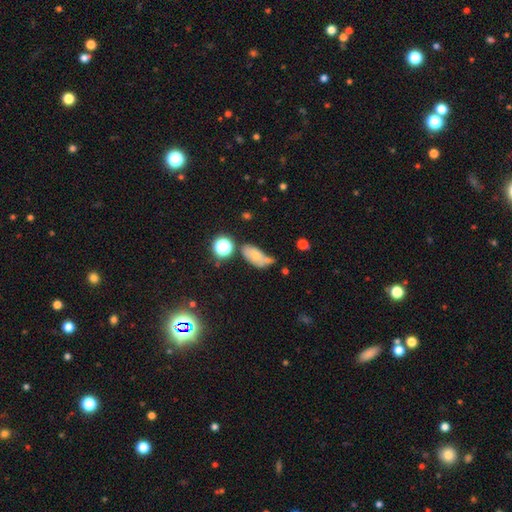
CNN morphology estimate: The model was most divided on "merging": none: 39%, minor disturbance: 26%, merger: 22%, major disturbance: 13%. More confident: how rounded — in between (85%); smooth or featured — smooth (68%).